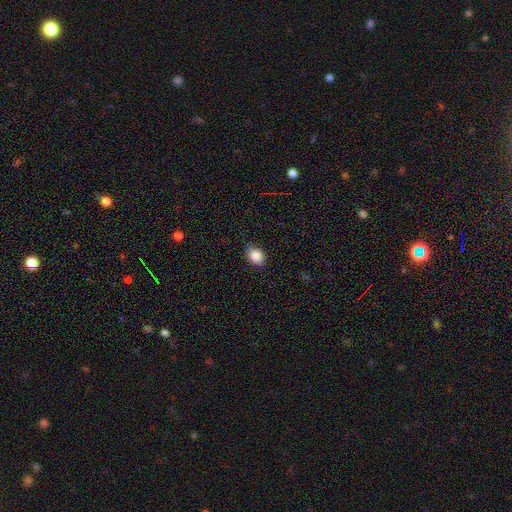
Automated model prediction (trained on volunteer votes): smooth 87%, star or artifact 9%, featured or disk 4%. Down the decision tree: how rounded — in between (63%); merging — none (82%).